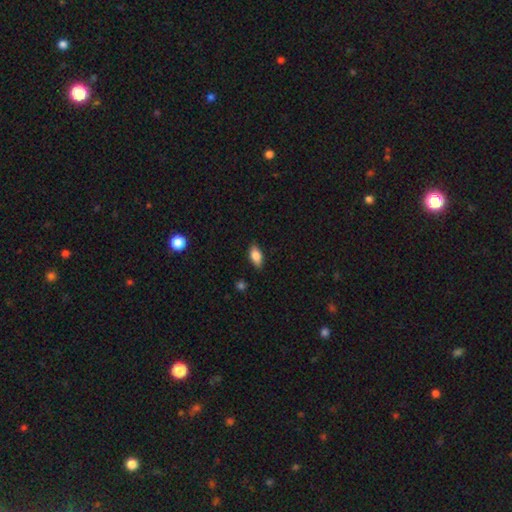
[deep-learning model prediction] Smooth or featured?
  - smooth: 82% *
  - featured or disk: 11%
  - star or artifact: 7%
How rounded?
  - in between: 88% *
  - cigar-shaped: 8%
  - round: 4%
Merging?
  - none: 83% *
  - minor disturbance: 13%
  - major disturbance: 2%
  - merger: 1%